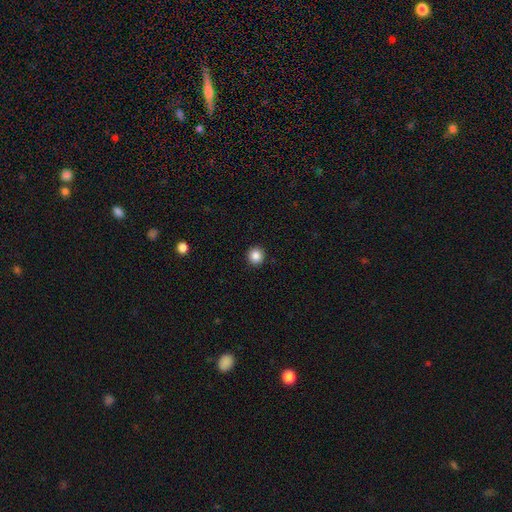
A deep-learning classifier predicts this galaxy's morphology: This is clearly a smooth galaxy (87%). How rounded: clearly round (94%). Merging: clearly none (93%).